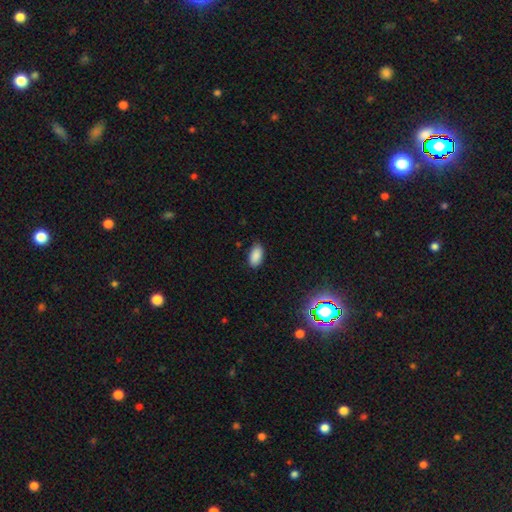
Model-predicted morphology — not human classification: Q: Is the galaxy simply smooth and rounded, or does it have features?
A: smooth — 87%.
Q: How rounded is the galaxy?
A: in between — 94%.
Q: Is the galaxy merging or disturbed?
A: none — 85%.